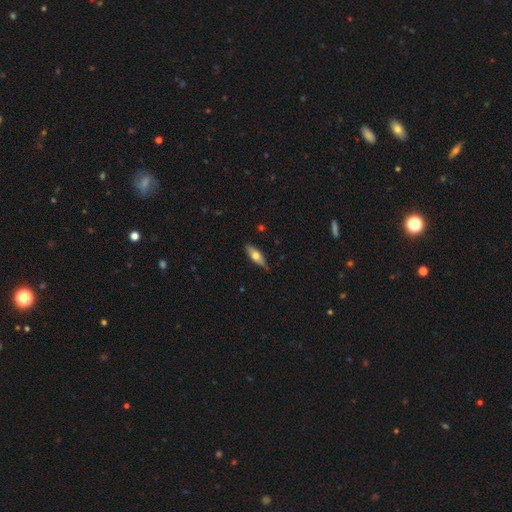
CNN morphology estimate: Q: Smooth or featured?
A: smooth (52%); runner-up: featured or disk (42%)
Q: How rounded?
A: in between (56%); runner-up: cigar-shaped (41%)
Q: Merging?
A: none (77%); runner-up: minor disturbance (18%)